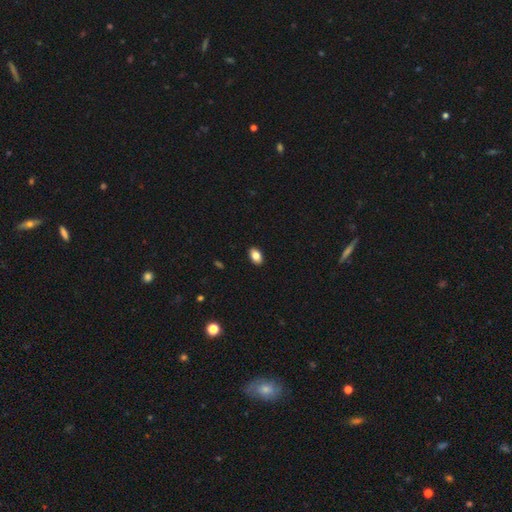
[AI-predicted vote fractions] smooth 83%, star or artifact 8%, featured or disk 8%. Down the decision tree: how rounded — in between (87%); merging — none (91%).